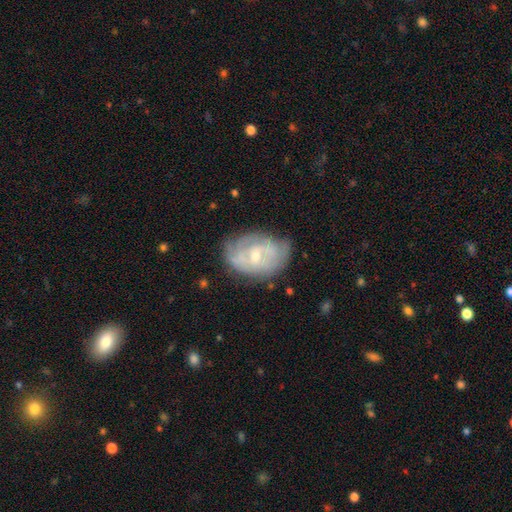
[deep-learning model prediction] featured or disk 69%, smooth 23%, star or artifact 7%. Down the decision tree: edge-on disk — no (96%); bar — no (57%); spiral arms — yes (75%); bulge size — small (56%); merging — none (63%).